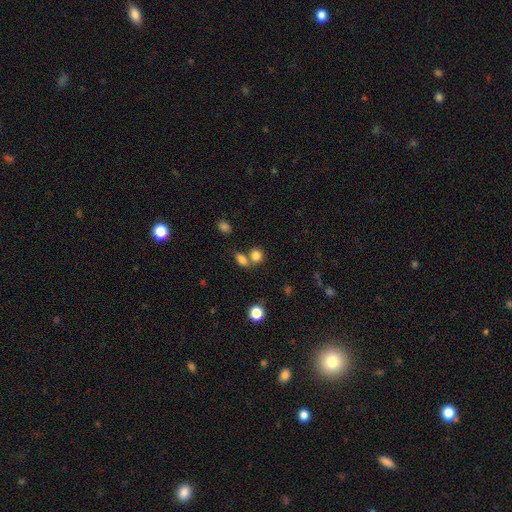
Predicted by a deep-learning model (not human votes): Smooth or featured?
  - smooth: 81% *
  - star or artifact: 12%
  - featured or disk: 7%
How rounded?
  - round: 59% *
  - in between: 39%
  - cigar-shaped: 2%
Merging?
  - none: 48% *
  - merger: 39%
  - minor disturbance: 9%
  - major disturbance: 4%